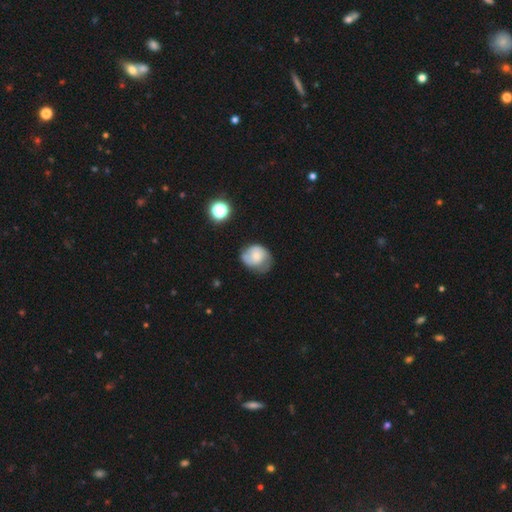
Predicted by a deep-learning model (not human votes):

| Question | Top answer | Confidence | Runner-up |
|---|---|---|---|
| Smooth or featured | smooth | 54% | featured or disk (37%) |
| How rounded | round | 63% | in between (36%) |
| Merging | none | 43% | minor disturbance (36%) |